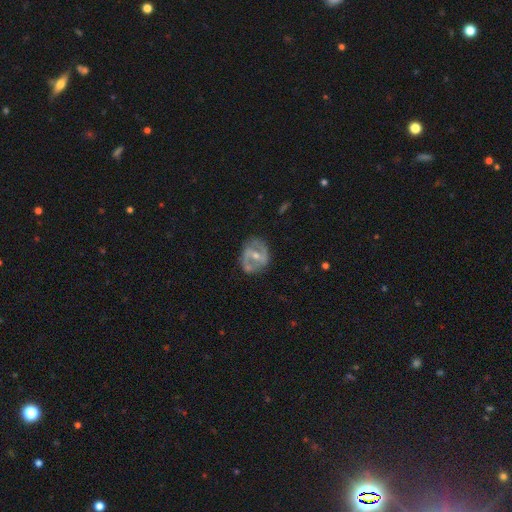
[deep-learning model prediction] Overall: featured or disk (74%). Edge-on disk: no (96%). Bar: weak (40%; strong 39%). Spiral arms: yes (66%; no 34%). Bulge size: moderate (57%; small 38%). Merging: none (68%).